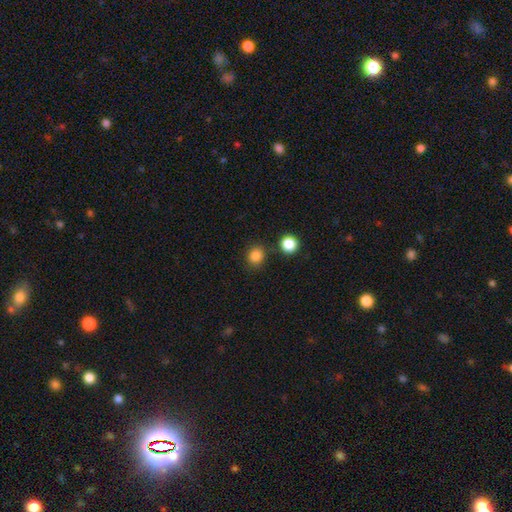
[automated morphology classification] A smooth galaxy with no disk features (85%) that is round (84%). Merging: none (83%).